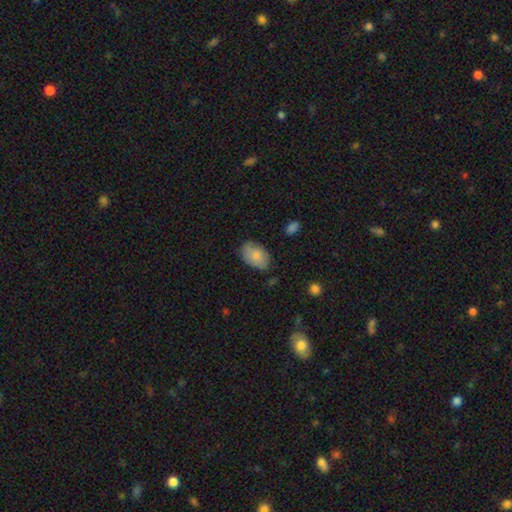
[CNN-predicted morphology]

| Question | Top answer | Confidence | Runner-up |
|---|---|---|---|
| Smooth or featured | smooth | 84% | featured or disk (10%) |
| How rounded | in between | 91% | round (8%) |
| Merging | none | 74% | minor disturbance (20%) |